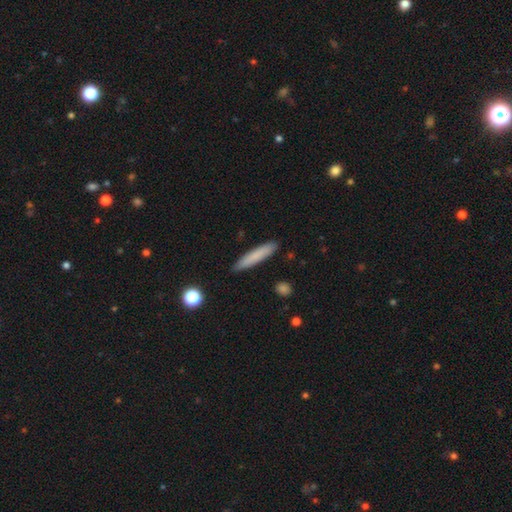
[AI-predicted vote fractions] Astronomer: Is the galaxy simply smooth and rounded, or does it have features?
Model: smooth — 79%.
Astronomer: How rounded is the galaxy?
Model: cigar-shaped — 90%.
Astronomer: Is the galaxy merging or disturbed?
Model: none — 89%.